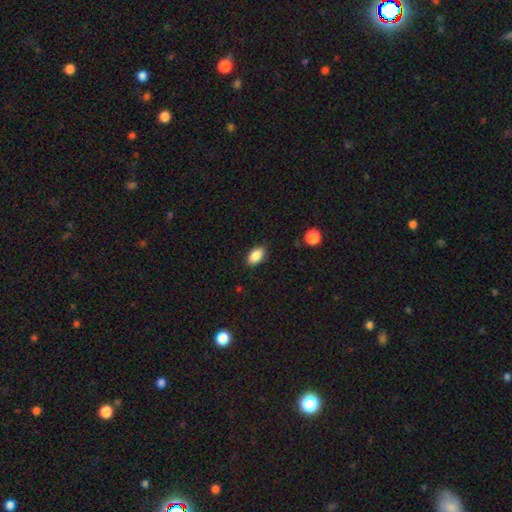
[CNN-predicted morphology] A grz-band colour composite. It shows a smooth galaxy with no disk features (88%) that is in between round and cigar-shaped (91%). Merging: none (86%).